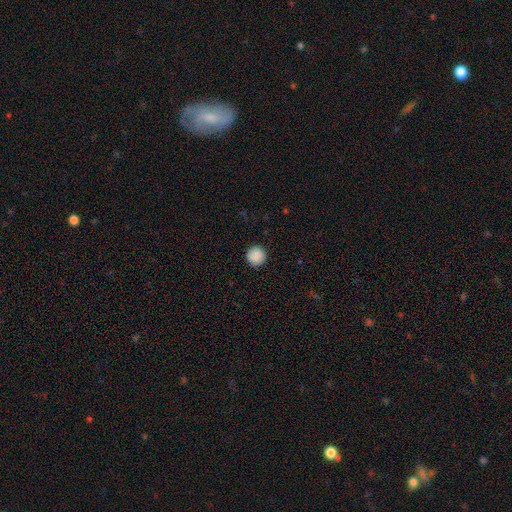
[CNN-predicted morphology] Smooth or featured: smooth — 89% (star or artifact — 8%)
How rounded: round — 96% (in between — 3%)
Merging: none — 92% (minor disturbance — 6%)